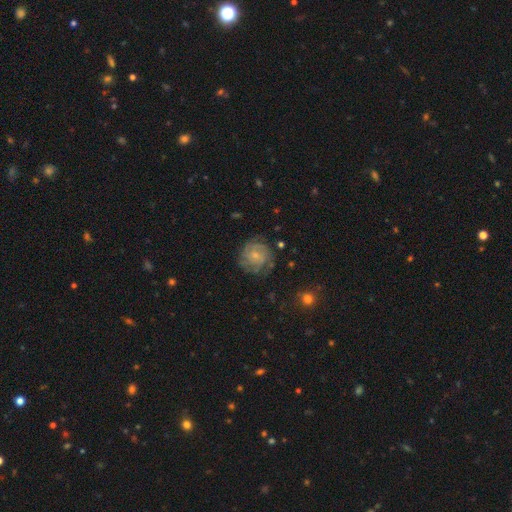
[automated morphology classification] A featured or disk galaxy (63%) with no bar (70%), tight (60%) spiral arms (83%) and a small central bulge (68%).

Vote fractions:
- Smooth or featured? featured or disk: 63% / smooth: 29% / star or artifact: 8%
- Edge-on disk? no: 98% / yes: 2%
- Bar? no: 70% / weak: 26% / strong: 4%
- Spiral arms? yes: 83% / no: 17%
- Spiral winding? tight: 60% / medium: 30% / loose: 10%
- Spiral arm count? can't tell: 44% / 2: 23% / 3: 16% / 4: 7% / 1: 5% / more than 4: 5%
- Bulge size? small: 68% / moderate: 22% / none: 7% / large: 2% / dominant: 1%
- Merging? none: 67% / minor disturbance: 20% / major disturbance: 11% / merger: 2%